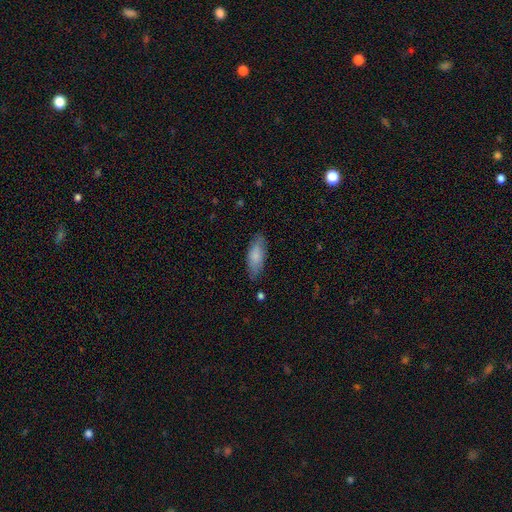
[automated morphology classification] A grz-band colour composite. It shows a smooth galaxy with no disk features (76%) that is in between round and cigar-shaped (76%). Merging: none (78%).